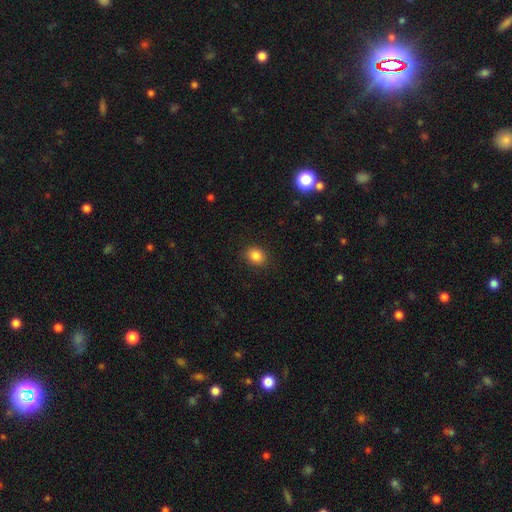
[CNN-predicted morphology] Q: Smooth or featured?
A: smooth (85%); runner-up: star or artifact (10%)
Q: How rounded?
A: round (54%); runner-up: in between (45%)
Q: Merging?
A: none (89%); runner-up: minor disturbance (7%)